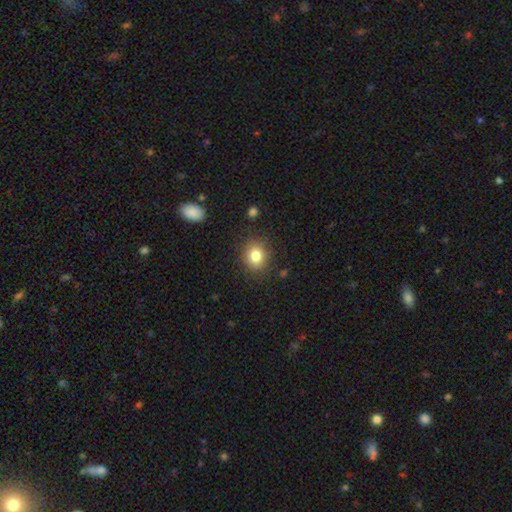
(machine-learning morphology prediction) smooth 82%, star or artifact 11%, featured or disk 7%. Down the decision tree: how rounded — round (71%); merging — none (87%).